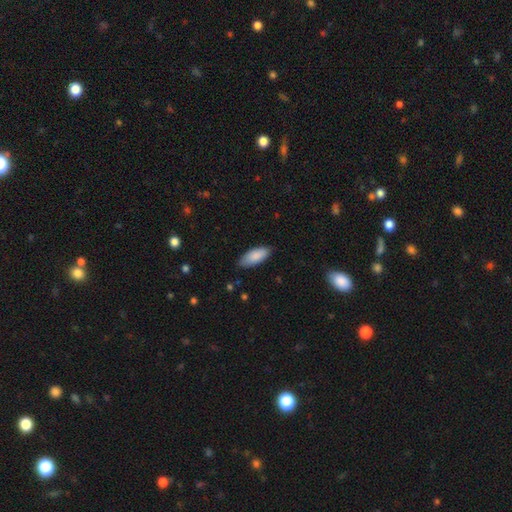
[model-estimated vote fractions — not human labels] Overall: smooth (88%). How rounded: in between (84%). Merging: none (84%).